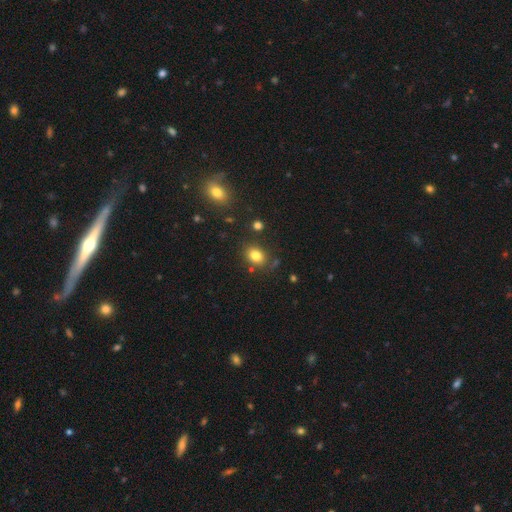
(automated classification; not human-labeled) Q: Smooth or featured?
A: smooth (81%); runner-up: star or artifact (11%)
Q: How rounded?
A: in between (59%); runner-up: round (40%)
Q: Merging?
A: none (79%); runner-up: minor disturbance (12%)